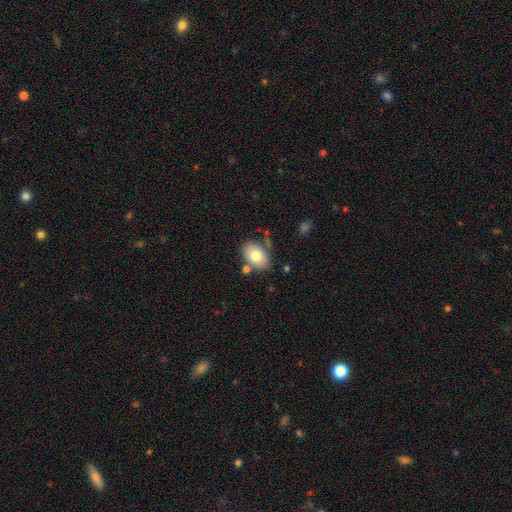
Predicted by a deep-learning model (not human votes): Overall: smooth (76%). How rounded: in between (85%). Merging: none (73%).